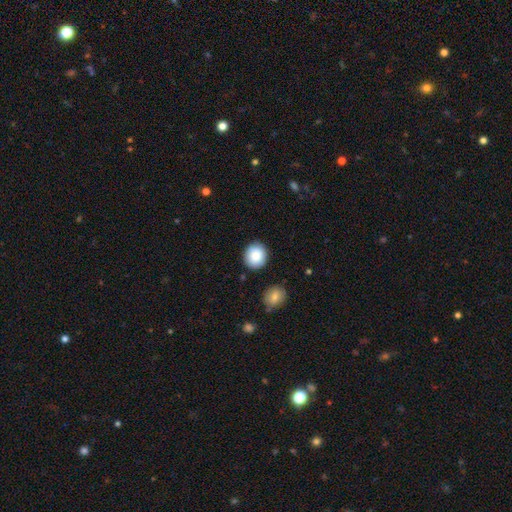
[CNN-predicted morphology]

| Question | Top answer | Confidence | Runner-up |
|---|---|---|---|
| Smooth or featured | smooth | 88% | star or artifact (7%) |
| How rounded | round | 86% | in between (13%) |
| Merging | none | 88% | minor disturbance (7%) |